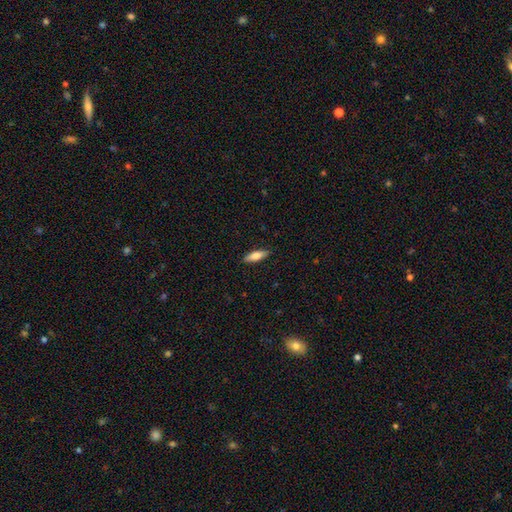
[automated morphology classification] Smooth or featured: smooth — 71% (featured or disk — 23%)
How rounded: in between — 49% (tied with cigar-shaped — 49%)
Merging: none — 89% (minor disturbance — 8%)